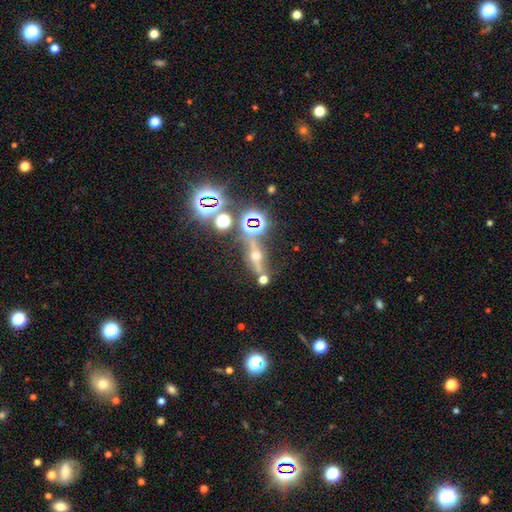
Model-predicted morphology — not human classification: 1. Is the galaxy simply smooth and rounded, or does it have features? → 45% featured or disk, 33% star or artifact, 22% smooth.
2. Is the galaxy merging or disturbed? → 65% none, 15% merger, 13% minor disturbance, 7% major disturbance.